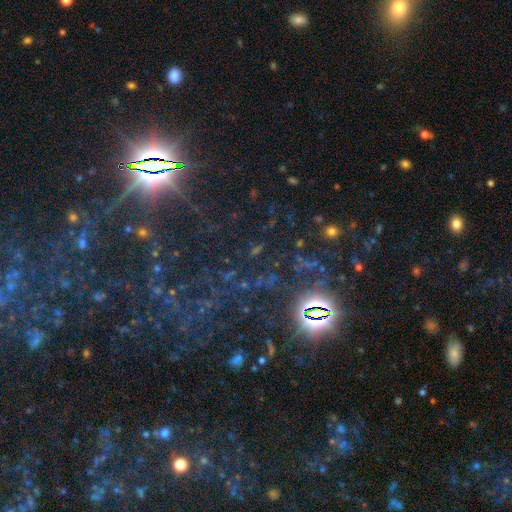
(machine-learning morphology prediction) A star or artifact, not a galaxy (81%).

Vote fractions:
- Smooth or featured? star or artifact: 81% / smooth: 11% / featured or disk: 8%